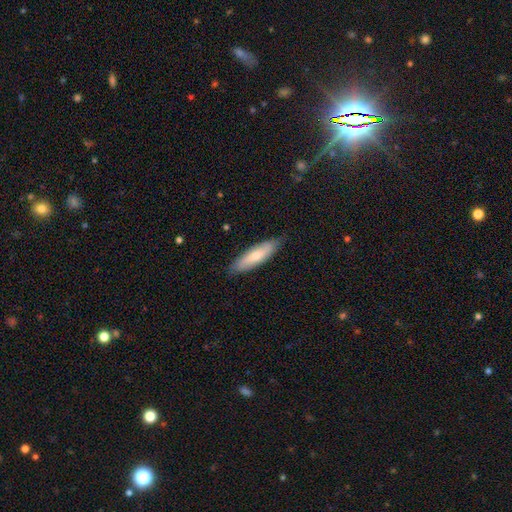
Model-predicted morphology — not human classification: smooth-or-featured: smooth: 65% | featured or disk: 30% | star or artifact: 5%
  how-rounded: cigar-shaped: 61% | in between: 37% | round: 2%
  merging: none: 83% | minor disturbance: 13% | major disturbance: 2% | merger: 1%